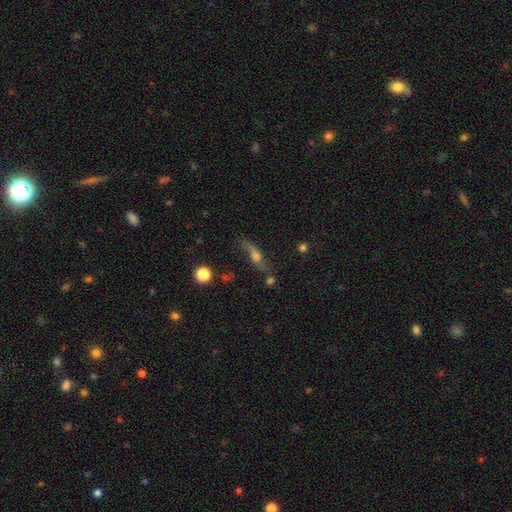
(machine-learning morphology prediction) type=featured or disk (61%); edge-on=no (57%); merging=none (60%).